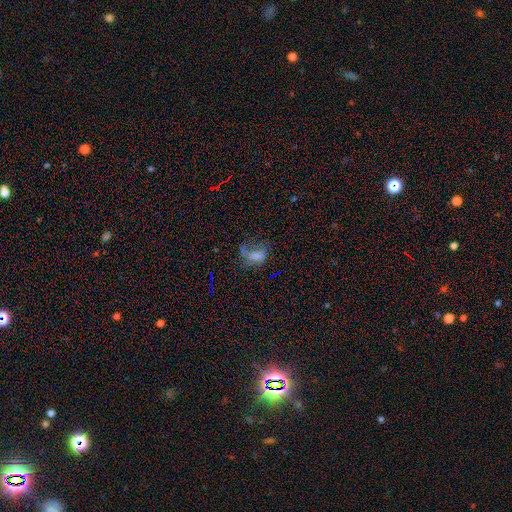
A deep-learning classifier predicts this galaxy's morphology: A smooth galaxy with no disk features (43%). Merging: none (37%).